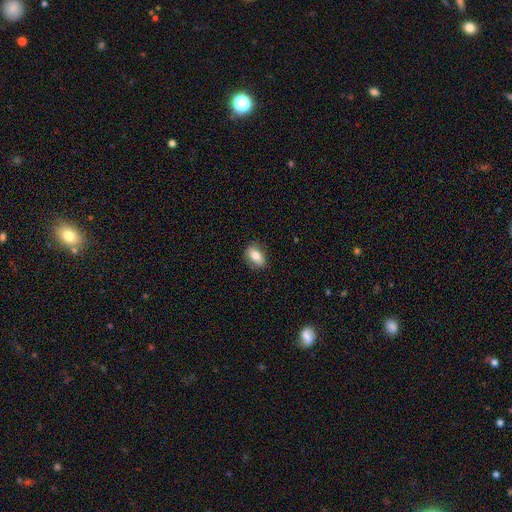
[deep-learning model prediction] This is likely a smooth galaxy (73%). How rounded: clearly in between (83%). Merging: clearly none (85%).